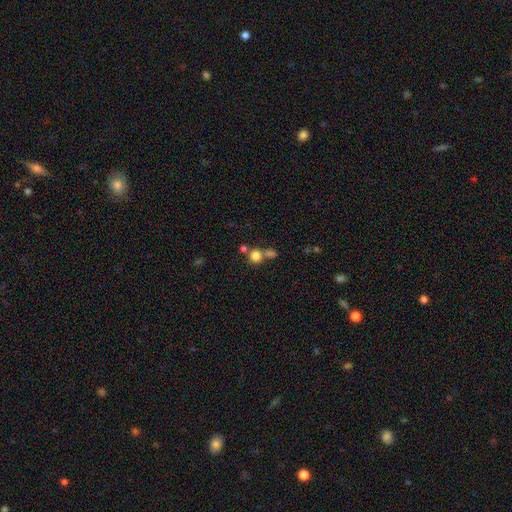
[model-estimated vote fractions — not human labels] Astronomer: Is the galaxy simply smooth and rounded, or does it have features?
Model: smooth — 79%.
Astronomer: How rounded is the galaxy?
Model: round — 89%.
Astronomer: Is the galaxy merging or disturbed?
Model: none — 51% (runner-up: merger, 36%).